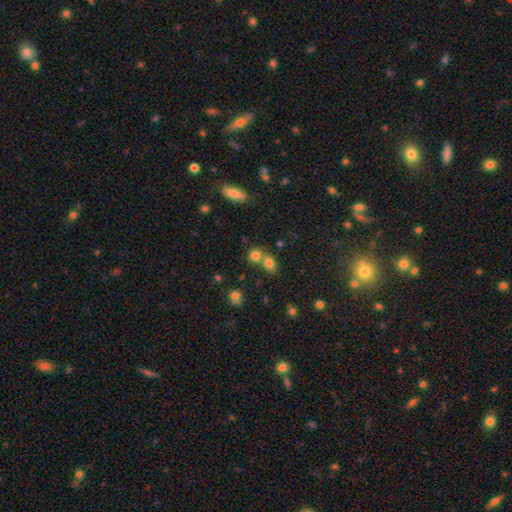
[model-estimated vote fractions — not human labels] Smooth or featured? smooth (76%)
How rounded? round (67%)
Merging? merger (50%)